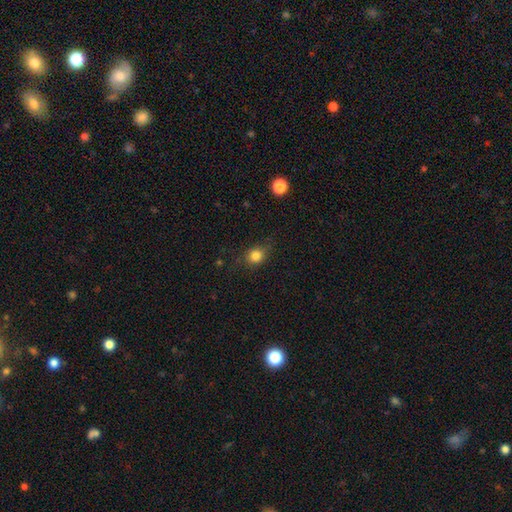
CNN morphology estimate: Smooth or featured: smooth — 82% (star or artifact — 12%)
How rounded: round — 69% (in between — 29%)
Merging: none — 73% (minor disturbance — 19%)